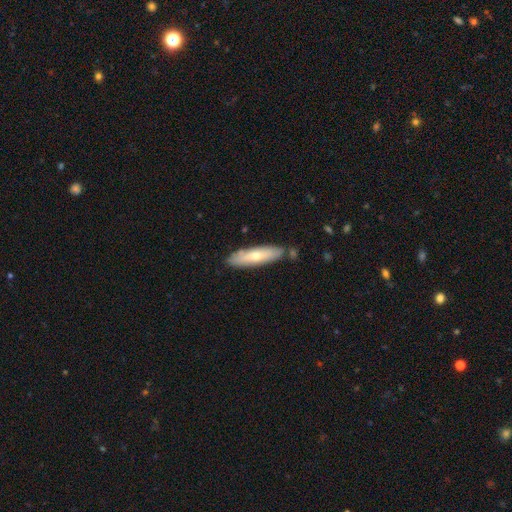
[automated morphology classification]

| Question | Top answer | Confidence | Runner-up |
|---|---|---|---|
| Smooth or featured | smooth | 61% | featured or disk (33%) |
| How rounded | cigar-shaped | 68% | in between (30%) |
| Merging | none | 79% | minor disturbance (13%) |